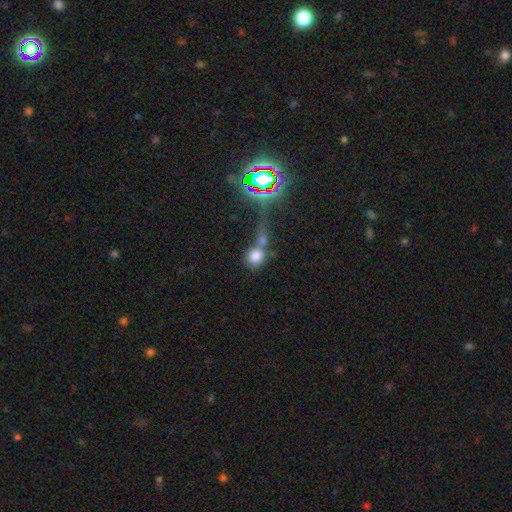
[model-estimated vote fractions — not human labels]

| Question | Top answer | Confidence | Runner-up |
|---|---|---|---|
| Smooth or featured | smooth | 74% | star or artifact (17%) |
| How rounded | round | 76% | in between (21%) |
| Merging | merger | 43% | none (39%) |